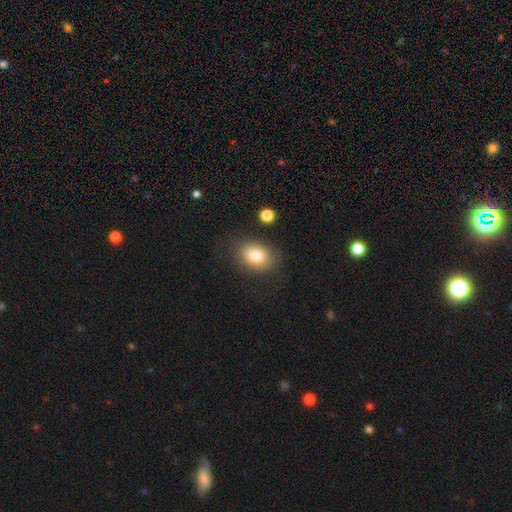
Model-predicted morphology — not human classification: smooth 81%, featured or disk 10%, star or artifact 9%. Down the decision tree: how rounded — in between (68%); merging — none (76%).